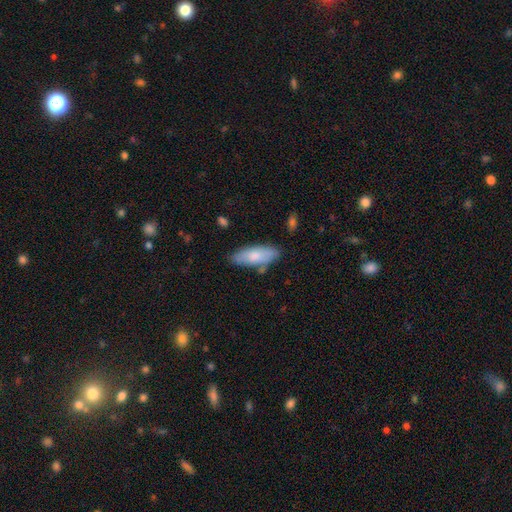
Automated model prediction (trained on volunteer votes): This is likely a smooth galaxy (77%). How rounded: likely in between (70%). Merging: likely none (75%).